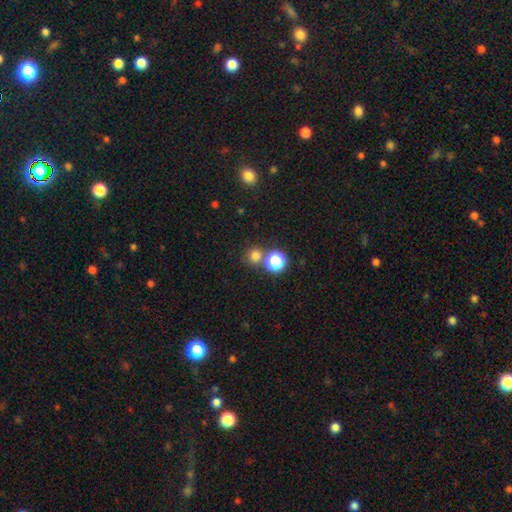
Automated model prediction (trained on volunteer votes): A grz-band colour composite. It shows a smooth galaxy with no disk features (73%) that is round (88%). Merging: none (69%).